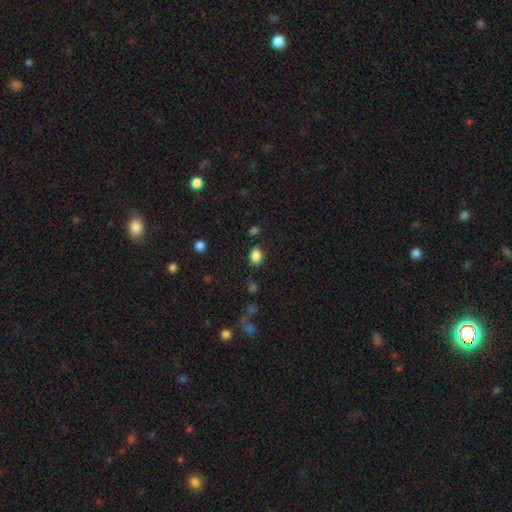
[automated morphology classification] type=smooth (84%); roundness=in between (64%); merging=none (75%).